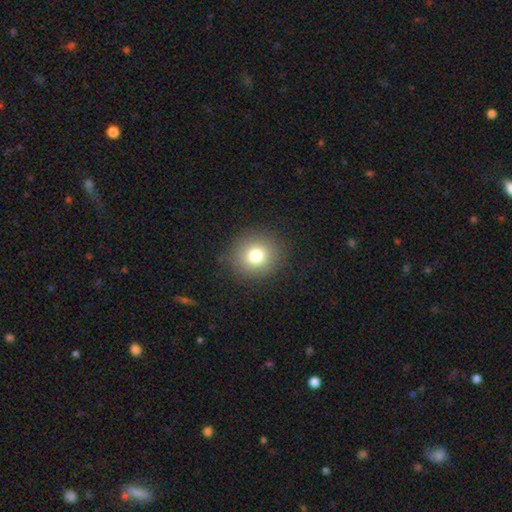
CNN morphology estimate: Overall: smooth (78%). How rounded: round (88%). Merging: none (88%).